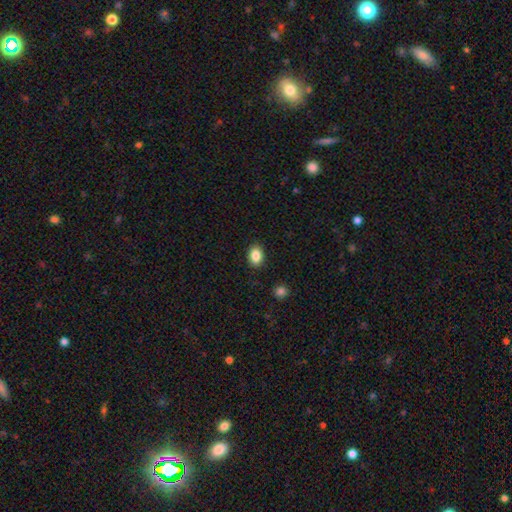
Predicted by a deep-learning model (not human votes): Smooth or featured: smooth — 86% (star or artifact — 9%)
How rounded: in between — 78% (round — 21%)
Merging: none — 89% (minor disturbance — 8%)